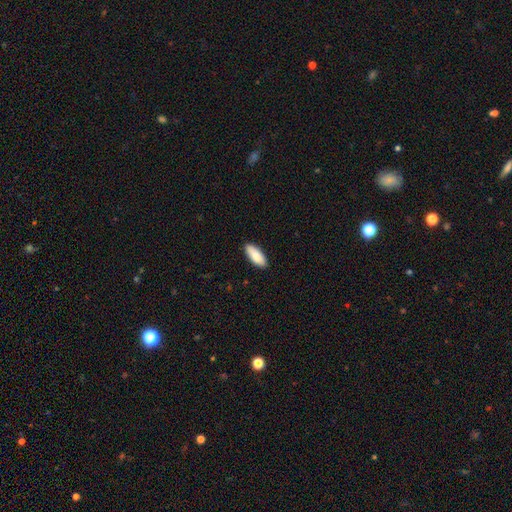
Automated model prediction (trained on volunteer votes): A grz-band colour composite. It shows a smooth galaxy with no disk features (88%) that is in between round and cigar-shaped (80%). Merging: none (90%).